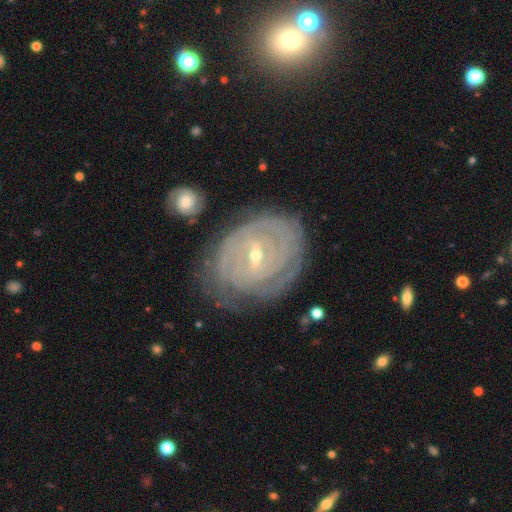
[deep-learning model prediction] smooth-or-featured: featured or disk: 89% | smooth: 7% | star or artifact: 5%
  disk-edge-on: no: 97% | yes: 3%
    bar: weak: 55% | strong: 24% | no: 21%
    has-spiral-arms: yes: 96% | no: 4%
      spiral-winding: tight: 85% | medium: 13% | loose: 3%
      spiral-arm-count: can't tell: 36% | 2: 18% | 3: 17% | 4: 16% | more than 4: 7% | 1: 6%
    bulge-size: small: 65% | moderate: 32% | large: 1% | none: 1% | dominant: 1%
  merging: none: 71% | minor disturbance: 19% | major disturbance: 7% | merger: 3%